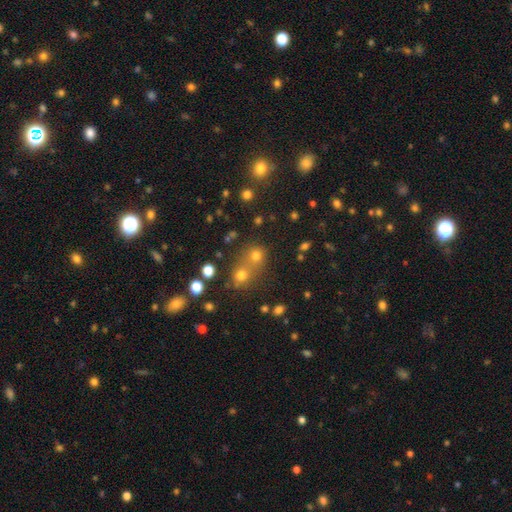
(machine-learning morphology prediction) type=smooth (70%); roundness=round (83%); merging=none (48%).